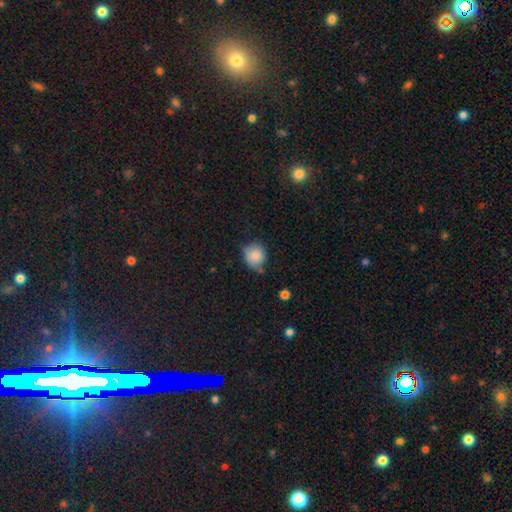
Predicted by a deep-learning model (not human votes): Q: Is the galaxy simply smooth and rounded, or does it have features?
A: smooth — 83%.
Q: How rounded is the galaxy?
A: round — 81%.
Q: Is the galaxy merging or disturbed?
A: none — 54%.